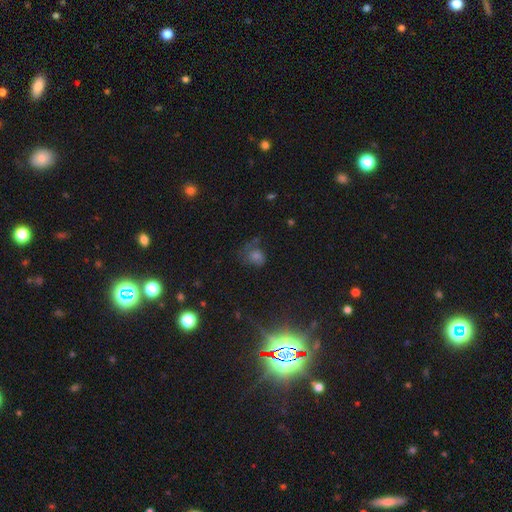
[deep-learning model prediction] Overall: star or artifact (41%; smooth 37%).